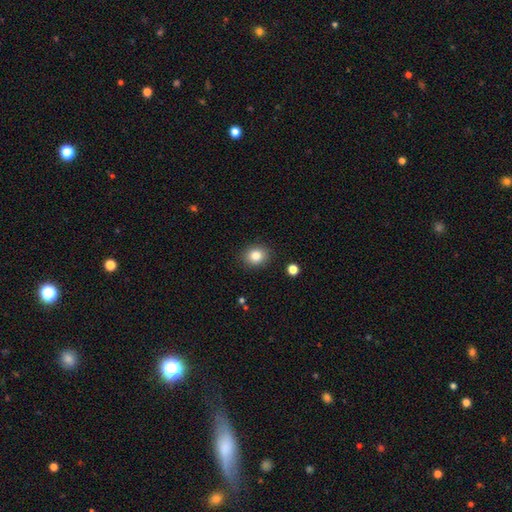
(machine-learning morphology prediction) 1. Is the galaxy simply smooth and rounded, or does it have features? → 84% smooth, 10% star or artifact, 6% featured or disk.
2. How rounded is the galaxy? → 65% round, 34% in between, 1% cigar-shaped.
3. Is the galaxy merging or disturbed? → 88% none, 8% minor disturbance, 2% major disturbance, 1% merger.